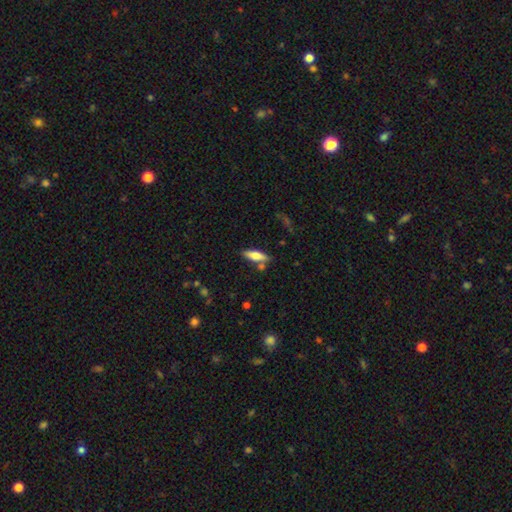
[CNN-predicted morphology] smooth-or-featured: smooth: 66% | featured or disk: 28% | star or artifact: 7%
  how-rounded: in between: 50% | cigar-shaped: 48% | round: 2%
  merging: none: 75% | minor disturbance: 13% | merger: 9% | major disturbance: 3%